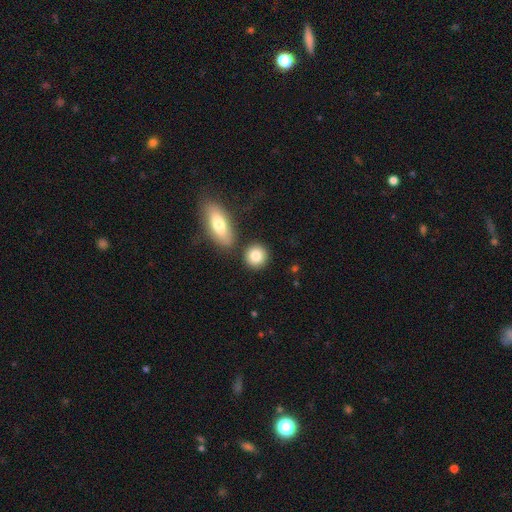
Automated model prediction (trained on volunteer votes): Smooth or featured?
  - smooth: 84% *
  - featured or disk: 9%
  - star or artifact: 7%
How rounded?
  - round: 83% *
  - in between: 15%
  - cigar-shaped: 2%
Merging?
  - none: 78% *
  - merger: 11%
  - minor disturbance: 8%
  - major disturbance: 3%